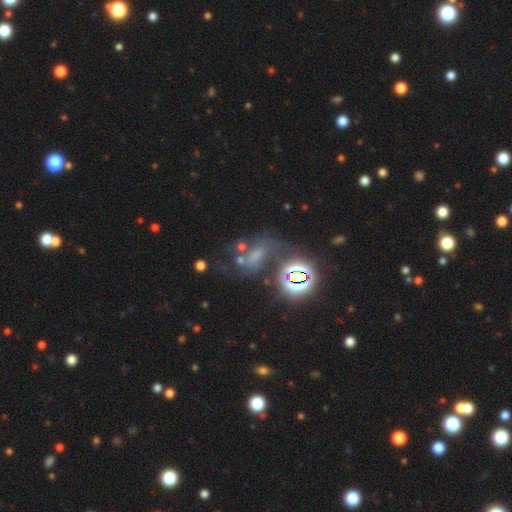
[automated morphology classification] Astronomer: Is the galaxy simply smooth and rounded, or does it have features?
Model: smooth — 39% (runner-up: star or artifact, 38%).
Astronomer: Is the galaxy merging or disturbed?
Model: none — 38% (runner-up: major disturbance, 24%).